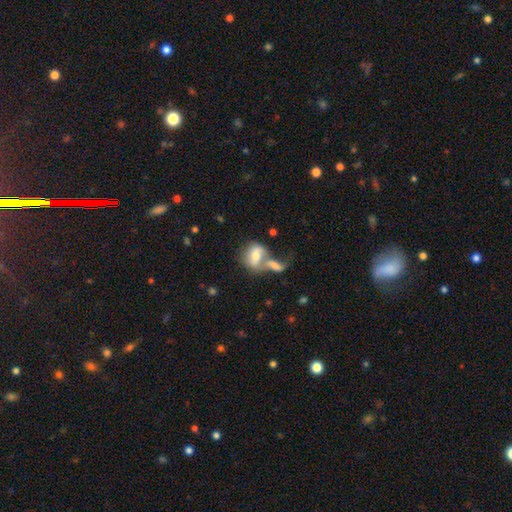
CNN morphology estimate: smooth-or-featured: smooth: 60% | featured or disk: 32% | star or artifact: 8%
  how-rounded: in between: 58% | round: 40% | cigar-shaped: 3%
  merging: merger: 59% | none: 21% | major disturbance: 10% | minor disturbance: 10%